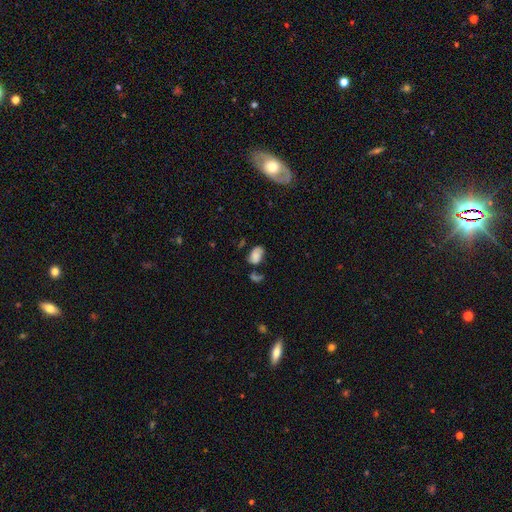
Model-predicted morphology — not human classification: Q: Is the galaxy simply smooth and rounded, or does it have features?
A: smooth — 70%.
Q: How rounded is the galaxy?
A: in between — 89%.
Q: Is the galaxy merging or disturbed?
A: none — 45%.